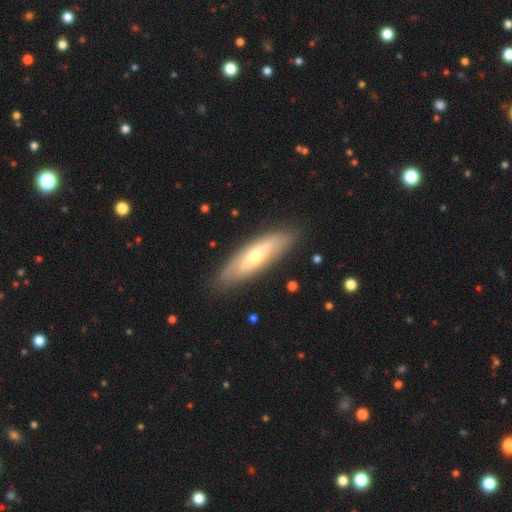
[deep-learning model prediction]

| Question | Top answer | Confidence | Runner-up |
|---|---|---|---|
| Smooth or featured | featured or disk | 53% | smooth (41%) |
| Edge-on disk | yes | 54% | no (46%) |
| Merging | none | 85% | minor disturbance (11%) |